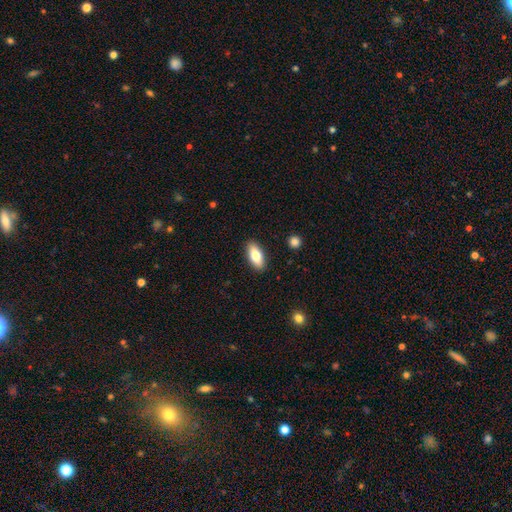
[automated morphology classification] Smooth or featured: smooth — 75% (featured or disk — 19%)
How rounded: in between — 81% (cigar-shaped — 16%)
Merging: none — 89% (minor disturbance — 8%)